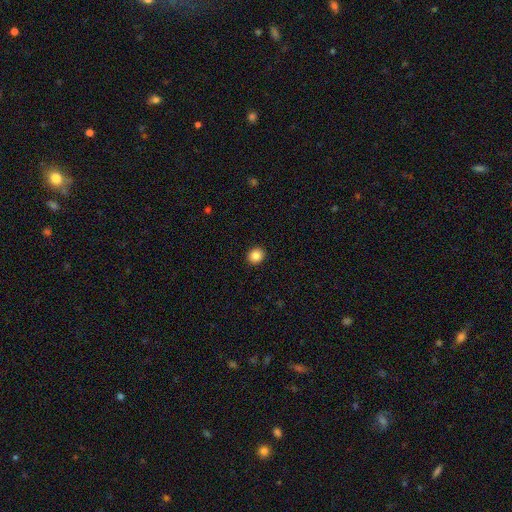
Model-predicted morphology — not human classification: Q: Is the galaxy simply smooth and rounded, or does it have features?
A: smooth — 87%.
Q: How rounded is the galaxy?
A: round — 85%.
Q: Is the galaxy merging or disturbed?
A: none — 92%.